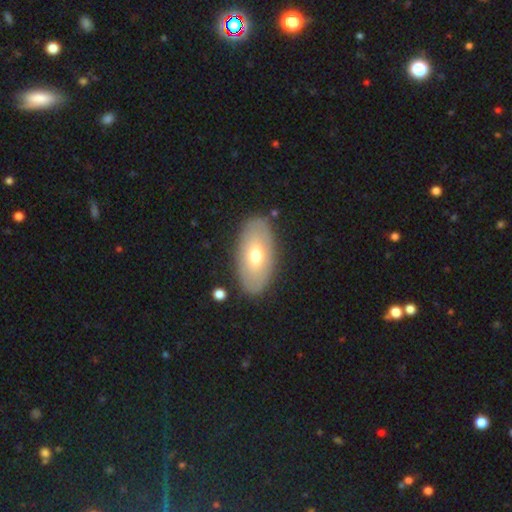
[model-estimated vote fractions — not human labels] A smooth galaxy with no disk features (58%) that is in between round and cigar-shaped (92%). Merging: none (85%).